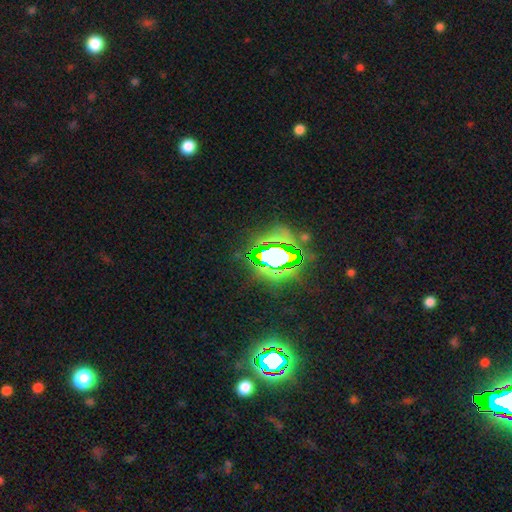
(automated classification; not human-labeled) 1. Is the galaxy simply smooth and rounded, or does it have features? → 75% star or artifact, 13% smooth, 12% featured or disk.